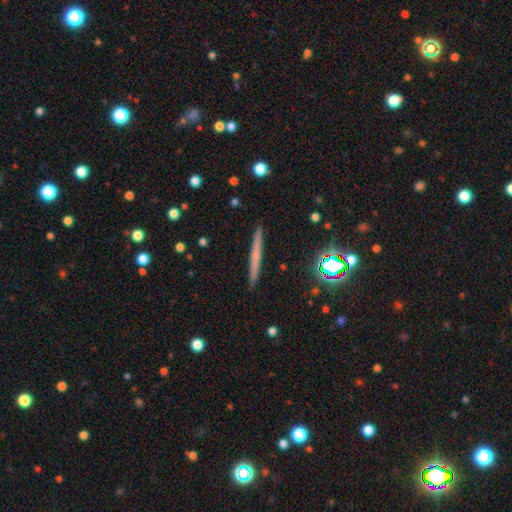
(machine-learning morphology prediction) smooth_or_featured: smooth (p=0.52) [alt: featured or disk p=0.38]
how_rounded: cigar-shaped (p=0.96) [alt: in between p=0.02]
merging: none (p=0.91) [alt: minor disturbance p=0.06]